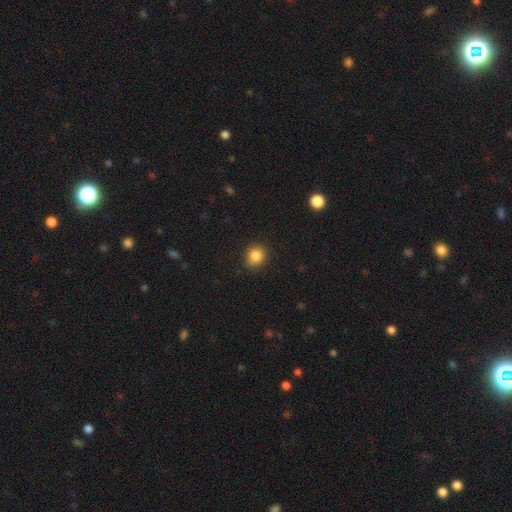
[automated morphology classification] Smooth or featured?
  - smooth: 85% *
  - star or artifact: 10%
  - featured or disk: 4%
How rounded?
  - round: 72% *
  - in between: 27%
  - cigar-shaped: 1%
Merging?
  - none: 86% *
  - minor disturbance: 11%
  - major disturbance: 2%
  - merger: 1%